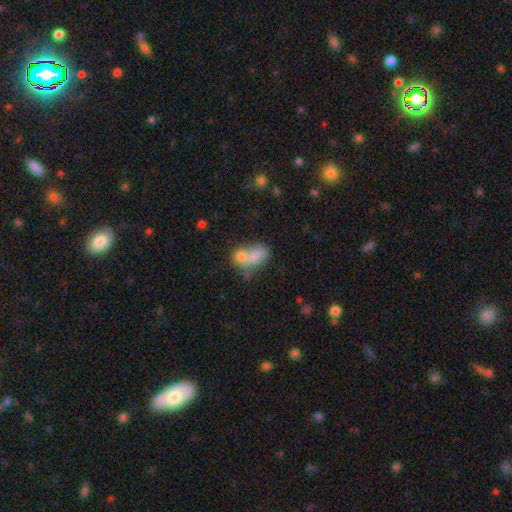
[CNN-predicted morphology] Q: Smooth or featured?
A: smooth (73%); runner-up: featured or disk (18%)
Q: How rounded?
A: in between (77%); runner-up: round (20%)
Q: Merging?
A: merger (63%); runner-up: none (21%)